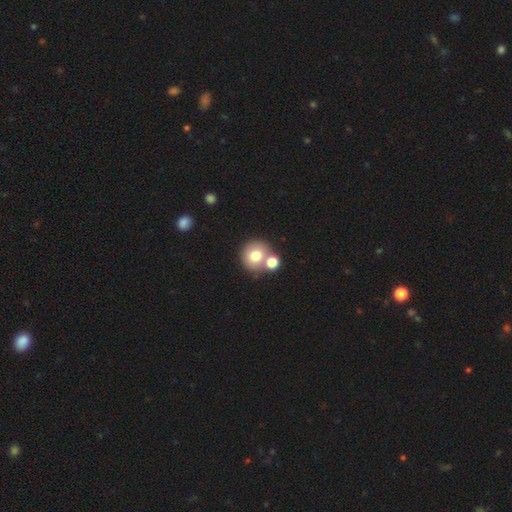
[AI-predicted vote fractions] smooth-or-featured: smooth: 76% | featured or disk: 14% | star or artifact: 10%
  how-rounded: round: 87% | in between: 12% | cigar-shaped: 1%
  merging: none: 52% | merger: 36% | minor disturbance: 8% | major disturbance: 3%